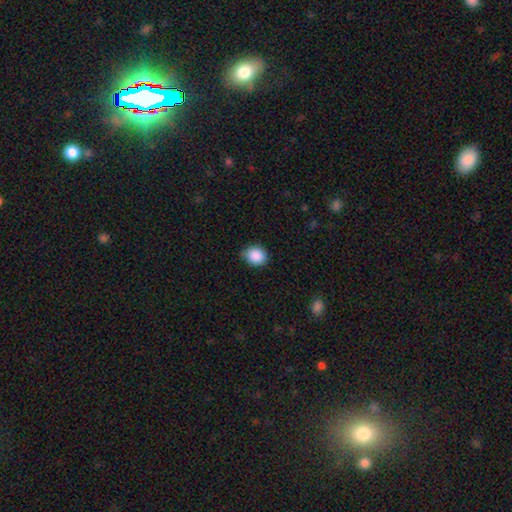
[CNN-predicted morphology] Overall: smooth (88%). How rounded: round (64%; in between 35%). Merging: none (78%).